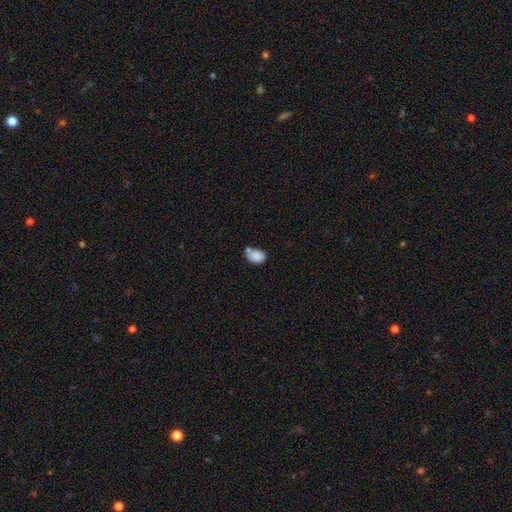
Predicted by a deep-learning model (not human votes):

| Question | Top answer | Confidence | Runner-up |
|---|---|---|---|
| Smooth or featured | smooth | 85% | star or artifact (9%) |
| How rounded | in between | 67% | round (32%) |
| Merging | none | 48% | merger (26%) |